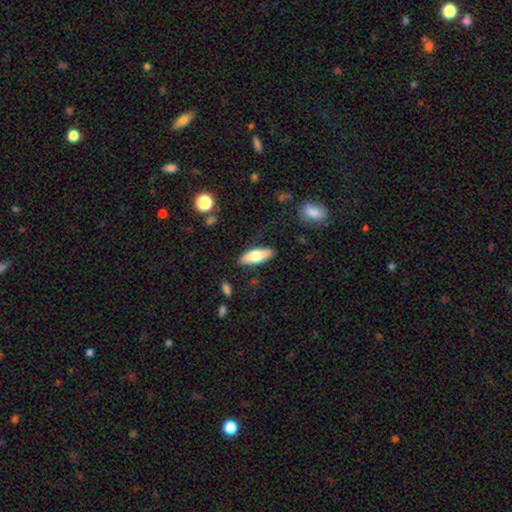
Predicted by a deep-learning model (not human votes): Smooth or featured?
  - smooth: 70% *
  - featured or disk: 24%
  - star or artifact: 6%
How rounded?
  - in between: 67% *
  - cigar-shaped: 31%
  - round: 2%
Merging?
  - none: 86% *
  - minor disturbance: 11%
  - major disturbance: 2%
  - merger: 2%